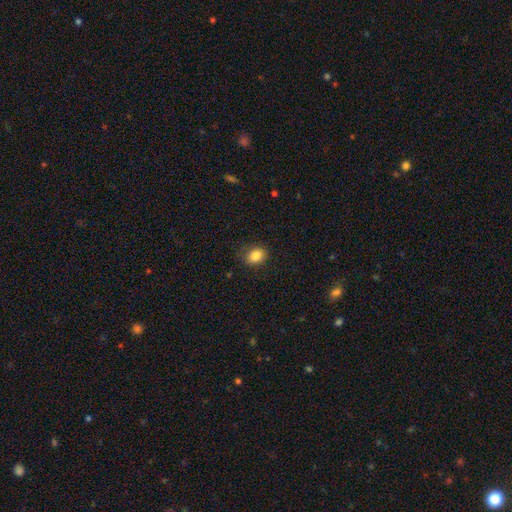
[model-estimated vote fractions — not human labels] Smooth or featured?
  - smooth: 85% *
  - star or artifact: 10%
  - featured or disk: 5%
How rounded?
  - in between: 56% *
  - round: 43%
  - cigar-shaped: 1%
Merging?
  - none: 83% *
  - minor disturbance: 12%
  - major disturbance: 3%
  - merger: 1%